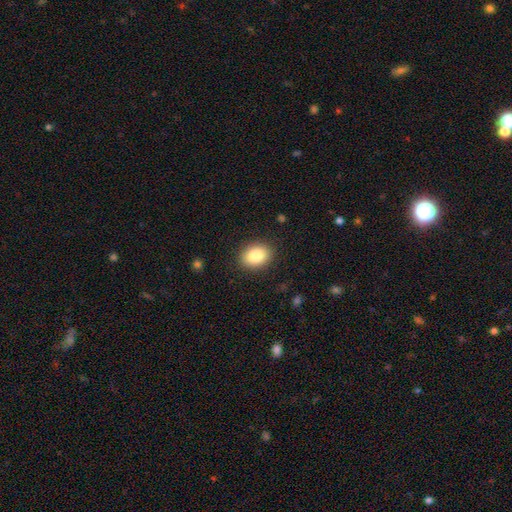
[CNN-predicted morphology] Q: Smooth or featured?
A: smooth (85%); runner-up: star or artifact (8%)
Q: How rounded?
A: in between (65%); runner-up: round (34%)
Q: Merging?
A: none (88%); runner-up: minor disturbance (9%)